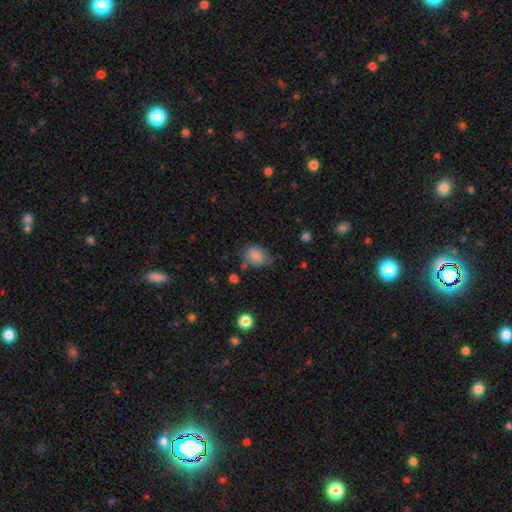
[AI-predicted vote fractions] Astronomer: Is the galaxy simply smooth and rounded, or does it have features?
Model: smooth — 85%.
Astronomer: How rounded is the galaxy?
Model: in between — 61% (runner-up: round, 38%).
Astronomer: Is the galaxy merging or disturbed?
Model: none — 67%.